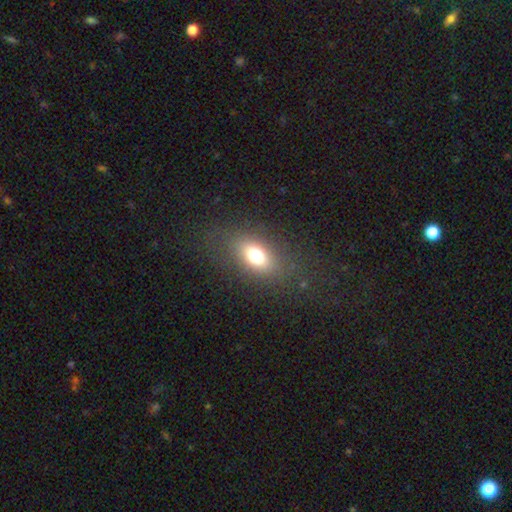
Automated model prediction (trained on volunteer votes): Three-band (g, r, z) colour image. It shows a smooth galaxy with no disk features (72%) that is in between round and cigar-shaped (81%). Merging: none (81%).